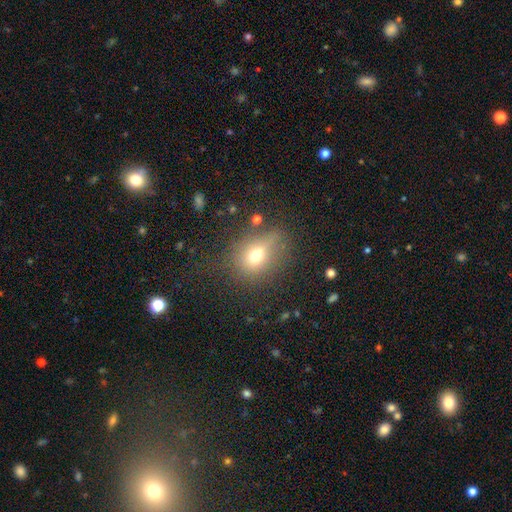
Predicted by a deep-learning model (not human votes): Smooth or featured? smooth (64%)
How rounded? round (54%)
Merging? none (52%)